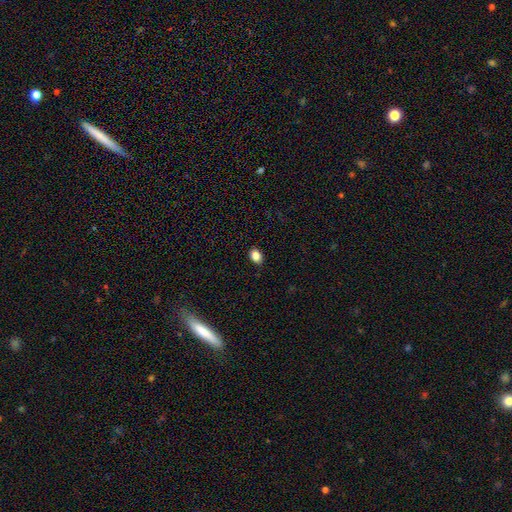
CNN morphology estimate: smooth-or-featured: smooth: 86% | star or artifact: 10% | featured or disk: 5%
  how-rounded: in between: 74% | round: 25% | cigar-shaped: 1%
  merging: none: 88% | minor disturbance: 9% | major disturbance: 2% | merger: 1%